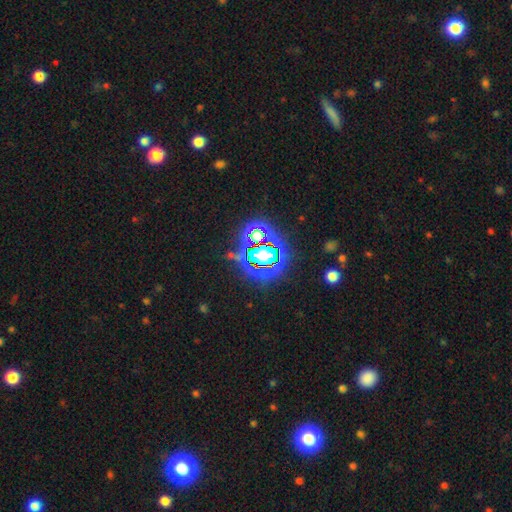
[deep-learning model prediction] A star or artifact, not a galaxy (79%).

Vote fractions:
- Smooth or featured? star or artifact: 79% / smooth: 13% / featured or disk: 9%